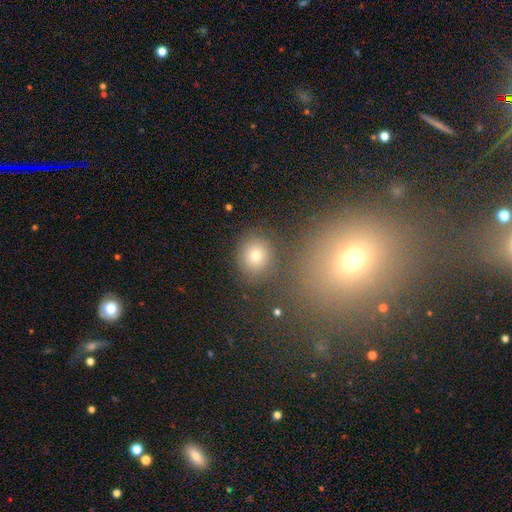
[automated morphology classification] Smooth or featured?
  - smooth: 75% *
  - star or artifact: 16%
  - featured or disk: 9%
How rounded?
  - round: 80% *
  - in between: 19%
  - cigar-shaped: 1%
Merging?
  - none: 83% *
  - minor disturbance: 8%
  - merger: 5%
  - major disturbance: 3%